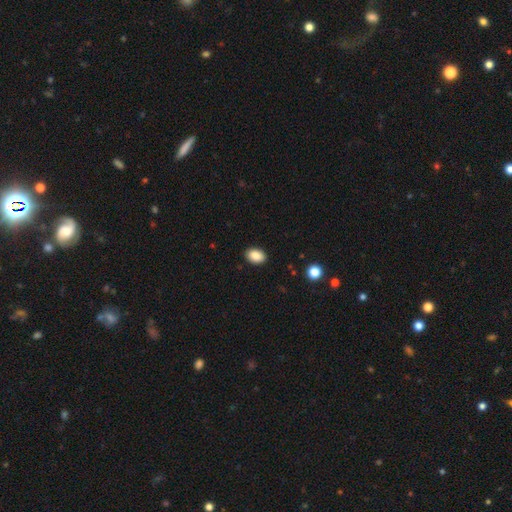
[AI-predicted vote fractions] Q: Smooth or featured?
A: smooth (88%); runner-up: star or artifact (8%)
Q: How rounded?
A: in between (85%); runner-up: round (14%)
Q: Merging?
A: none (89%); runner-up: minor disturbance (8%)